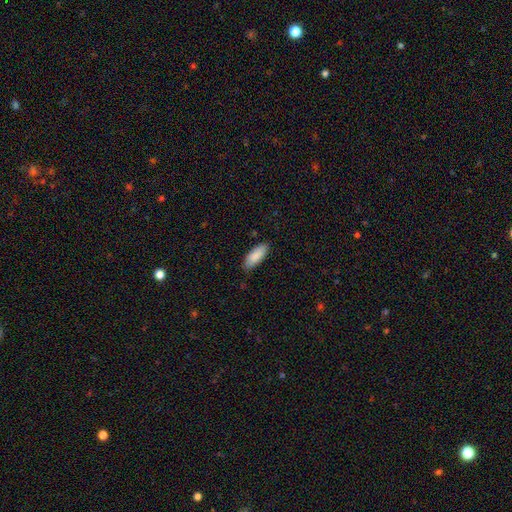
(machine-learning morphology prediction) Smooth or featured? Predicted: smooth (p=0.89). How rounded? Predicted: in between (p=0.78). Merging? Predicted: none (p=0.81).